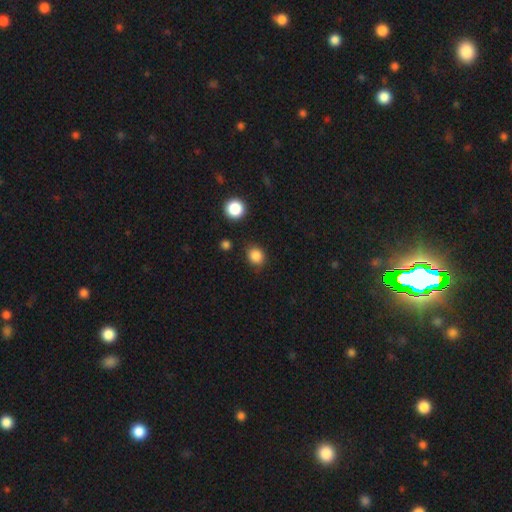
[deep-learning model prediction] Morphology: type=smooth (86%); roundness=round (71%); merging=none (83%).